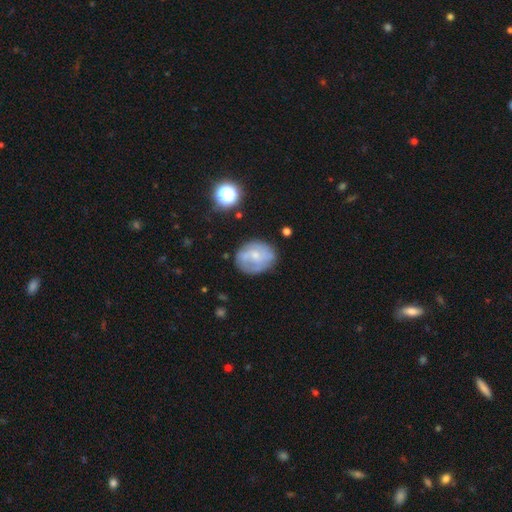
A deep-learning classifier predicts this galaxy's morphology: The model was most divided on "smooth or featured": featured or disk: 57%, smooth: 35%, star or artifact: 8%. More confident: edge-on disk — no (97%); spiral arms — yes (70%); merging — none (67%); bar — no (65%); bulge size — small (60%).